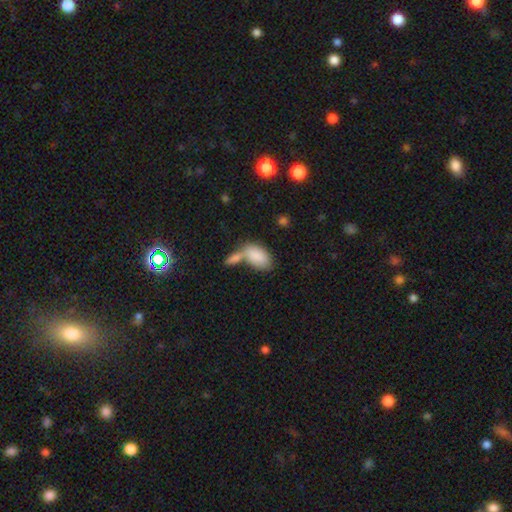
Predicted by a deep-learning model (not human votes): smooth_or_featured: smooth (p=0.85) [alt: featured or disk p=0.08]
how_rounded: in between (p=0.93) [alt: round p=0.04]
merging: merger (p=0.46) [alt: none p=0.37]